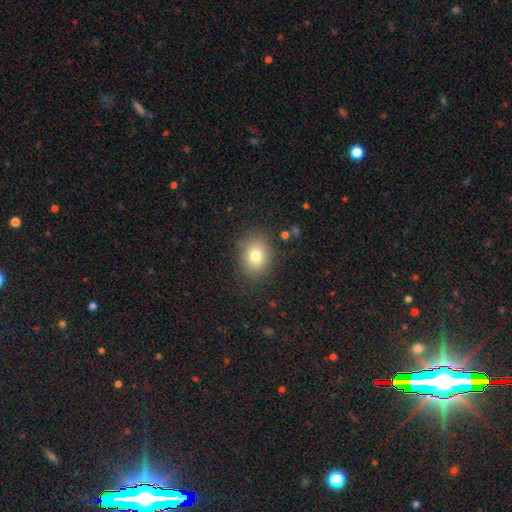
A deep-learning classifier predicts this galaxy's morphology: Overall: smooth (78%). How rounded: in between (52%; round 47%). Merging: none (85%).